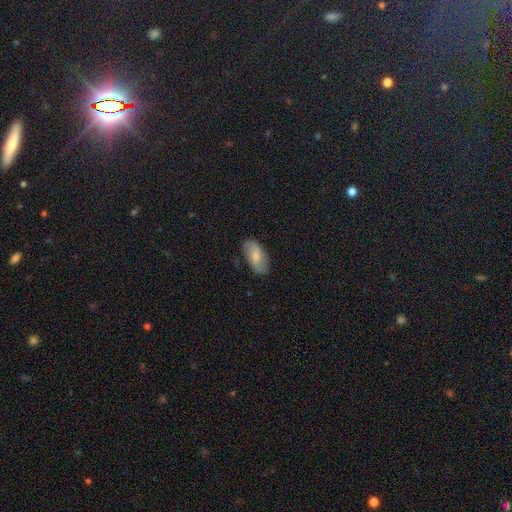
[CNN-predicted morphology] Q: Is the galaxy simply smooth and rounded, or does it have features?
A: smooth — 62%.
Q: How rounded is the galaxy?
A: in between — 93%.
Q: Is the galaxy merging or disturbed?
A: none — 81%.